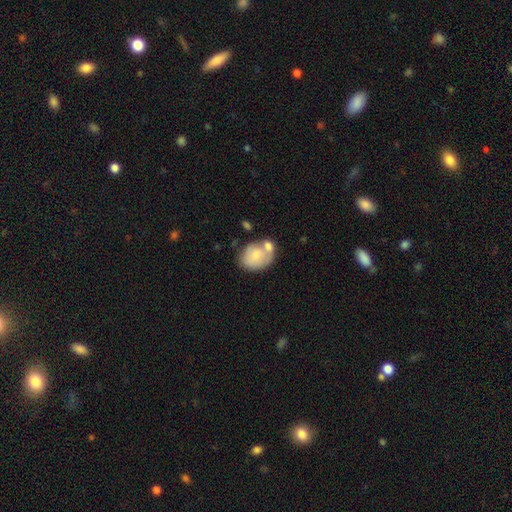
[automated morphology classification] smooth 73%, featured or disk 21%, star or artifact 7%. Down the decision tree: how rounded — in between (62%); merging — none (38%).